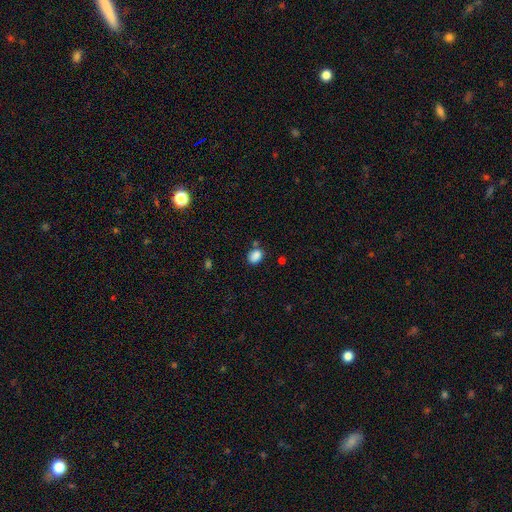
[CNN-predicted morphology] Smooth or featured? smooth (86%)
How rounded? in between (70%)
Merging? none (66%)